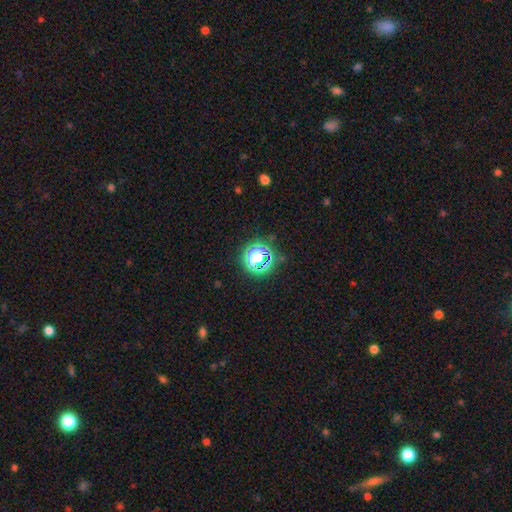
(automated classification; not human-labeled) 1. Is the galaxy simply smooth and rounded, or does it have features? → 63% star or artifact, 28% smooth, 10% featured or disk.